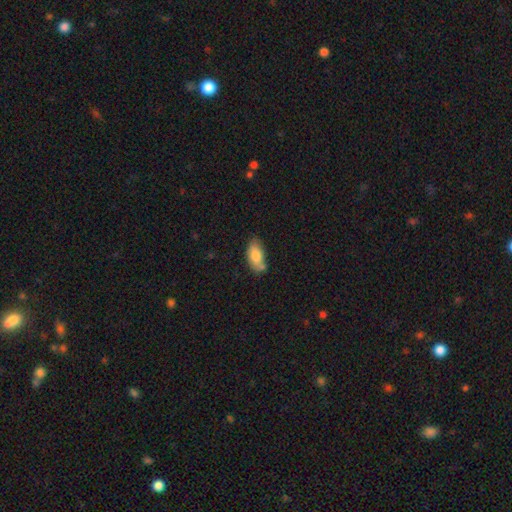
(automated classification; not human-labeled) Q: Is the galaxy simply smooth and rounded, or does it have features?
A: smooth — 80%.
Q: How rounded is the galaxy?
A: in between — 91%.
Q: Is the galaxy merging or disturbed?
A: none — 61%.